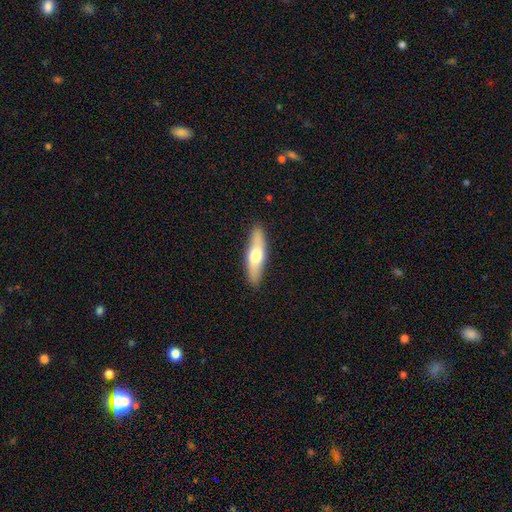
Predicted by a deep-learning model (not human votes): Smooth or featured: smooth — 59% (featured or disk — 36%)
How rounded: cigar-shaped — 65% (in between — 33%)
Merging: none — 89% (minor disturbance — 9%)